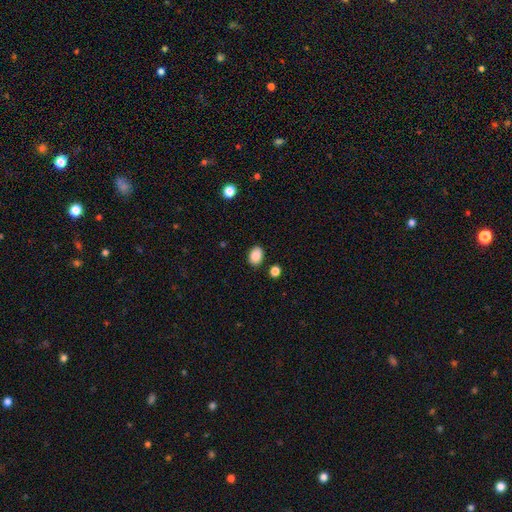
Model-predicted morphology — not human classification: smooth-or-featured: smooth: 88% | star or artifact: 9% | featured or disk: 3%
  how-rounded: in between: 73% | round: 26% | cigar-shaped: 1%
  merging: none: 84% | minor disturbance: 10% | merger: 3% | major disturbance: 3%